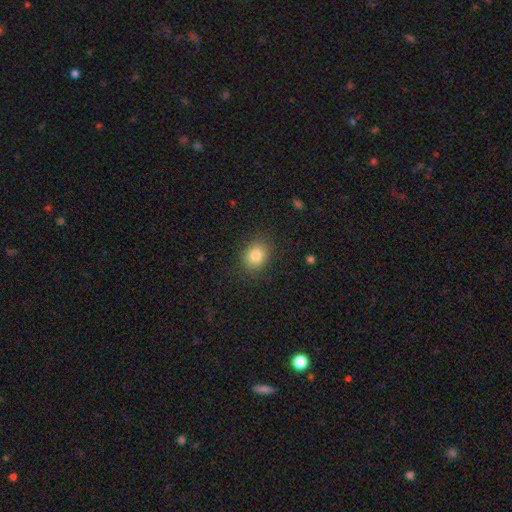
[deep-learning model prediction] Smooth or featured: smooth — 83% (star or artifact — 10%)
How rounded: round — 57% (in between — 42%)
Merging: none — 86% (minor disturbance — 9%)